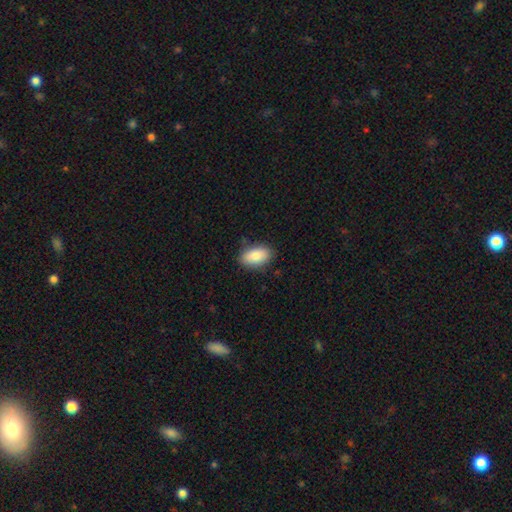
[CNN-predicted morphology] smooth-or-featured: smooth: 84% | featured or disk: 9% | star or artifact: 7%
  how-rounded: in between: 92% | round: 6% | cigar-shaped: 2%
  merging: none: 83% | minor disturbance: 13% | major disturbance: 3% | merger: 1%